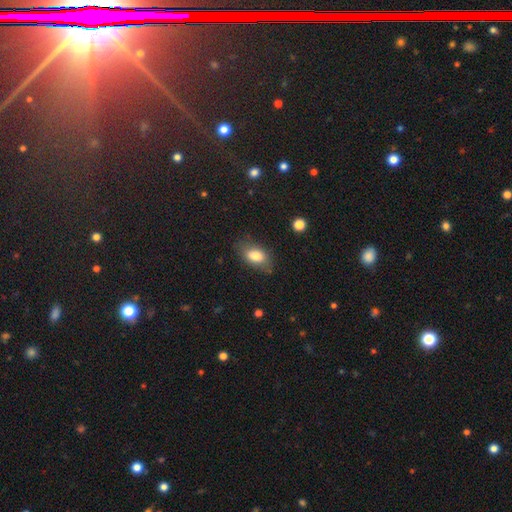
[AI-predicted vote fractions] This is clearly a smooth galaxy (80%). How rounded: clearly in between (89%). Merging: likely none (76%).